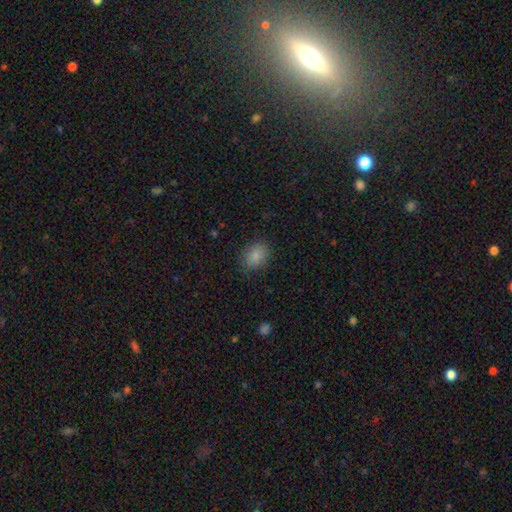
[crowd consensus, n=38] Smooth or featured?
  - smooth: 89% *
  - star or artifact: 8%
  - featured or disk: 3%
How rounded?
  - in between: 59% *
  - round: 41%
  - cigar-shaped: 0%
Merging?
  - none: 83% *
  - minor disturbance: 9%
  - merger: 6%
  - major disturbance: 3%